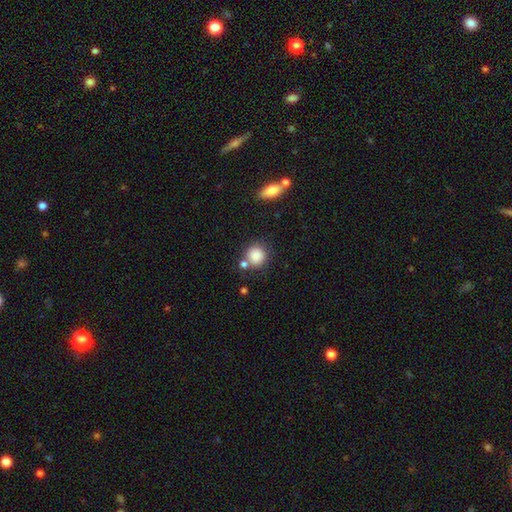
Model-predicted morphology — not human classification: Smooth or featured?
  - smooth: 86% *
  - star or artifact: 9%
  - featured or disk: 5%
How rounded?
  - round: 88% *
  - in between: 11%
  - cigar-shaped: 1%
Merging?
  - none: 68% *
  - merger: 15%
  - minor disturbance: 12%
  - major disturbance: 4%